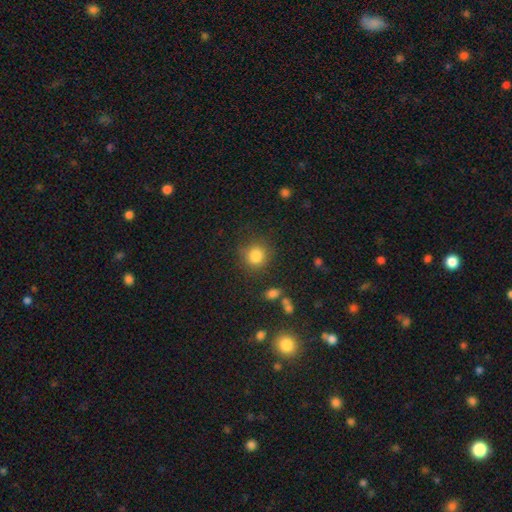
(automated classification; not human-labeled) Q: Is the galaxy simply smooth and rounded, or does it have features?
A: smooth — 84%.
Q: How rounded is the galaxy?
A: round — 89%.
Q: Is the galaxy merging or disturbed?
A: none — 81%.